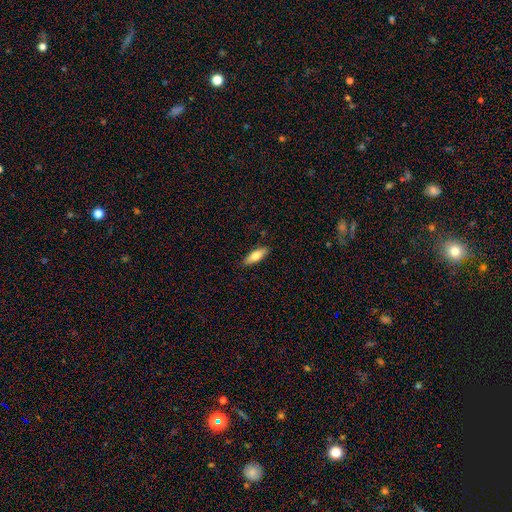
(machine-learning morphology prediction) Smooth or featured?
  - smooth: 70% *
  - featured or disk: 24%
  - star or artifact: 6%
How rounded?
  - in between: 52% *
  - cigar-shaped: 46%
  - round: 2%
Merging?
  - none: 87% *
  - minor disturbance: 10%
  - major disturbance: 2%
  - merger: 1%